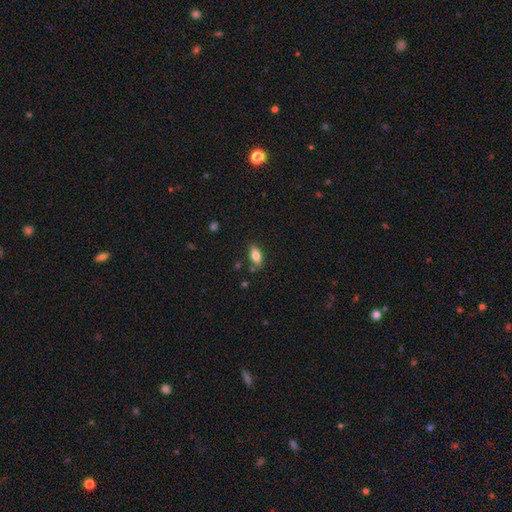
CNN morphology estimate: The model was most divided on "smooth or featured": smooth: 70%, featured or disk: 23%, star or artifact: 8%. More confident: how rounded — in between (80%); merging — none (80%).